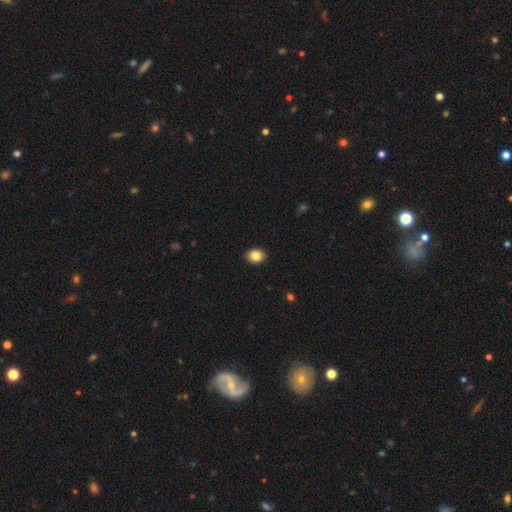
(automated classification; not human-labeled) Q: Smooth or featured?
A: smooth (85%); runner-up: star or artifact (9%)
Q: How rounded?
A: in between (56%); runner-up: round (43%)
Q: Merging?
A: none (91%); runner-up: minor disturbance (7%)